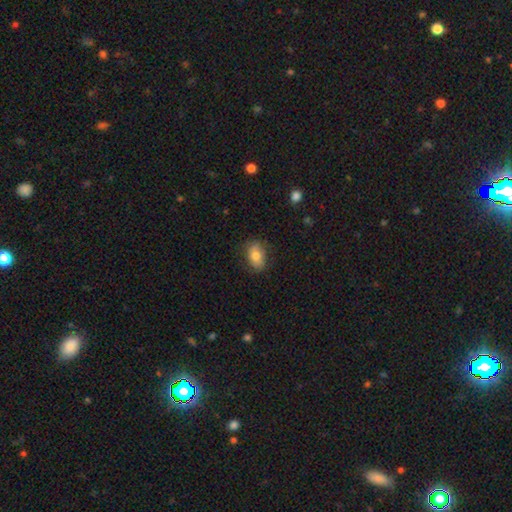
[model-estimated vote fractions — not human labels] A smooth galaxy with no disk features (77%) that is in between round and cigar-shaped (84%). Merging: none (79%).